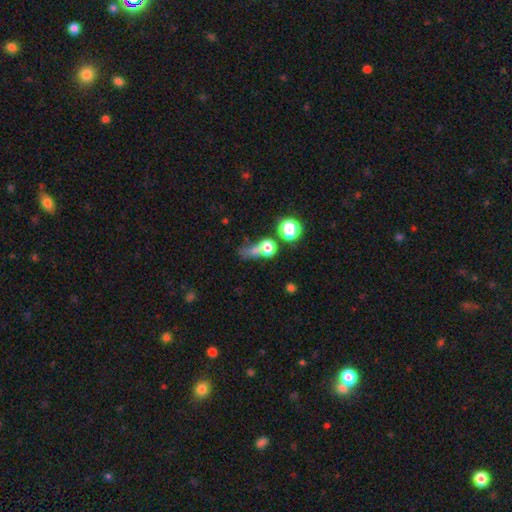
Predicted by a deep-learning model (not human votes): Smooth or featured?
  - smooth: 68% *
  - star or artifact: 18%
  - featured or disk: 14%
How rounded?
  - round: 73% *
  - in between: 22%
  - cigar-shaped: 6%
Merging?
  - none: 34% *
  - merger: 28%
  - major disturbance: 24%
  - minor disturbance: 14%